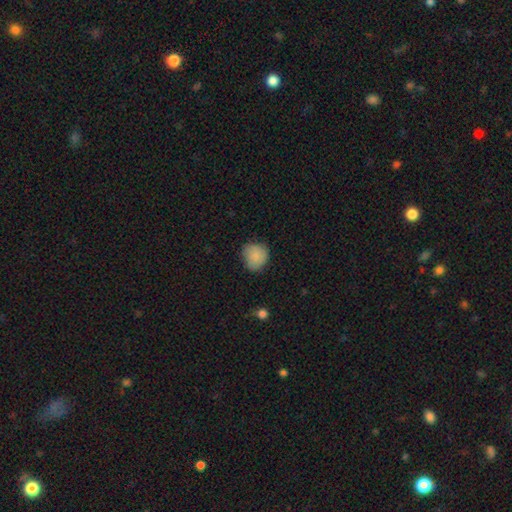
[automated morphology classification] This is clearly a smooth galaxy (86%). How rounded: clearly round (81%). Merging: likely none (73%).